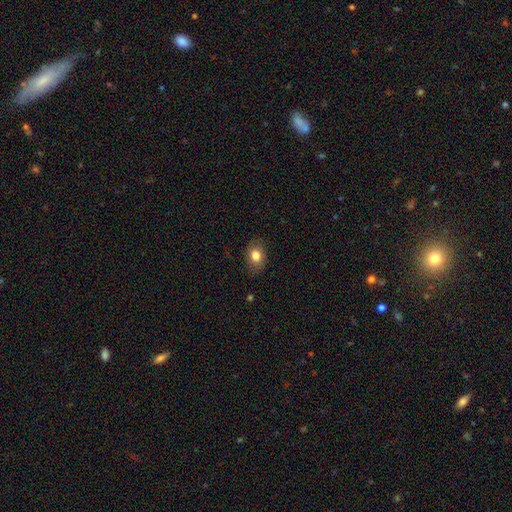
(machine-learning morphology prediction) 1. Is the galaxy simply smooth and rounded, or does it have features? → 80% smooth, 11% featured or disk, 9% star or artifact.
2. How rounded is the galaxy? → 68% in between, 31% round, 1% cigar-shaped.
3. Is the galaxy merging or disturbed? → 82% none, 14% minor disturbance, 3% major disturbance, 1% merger.